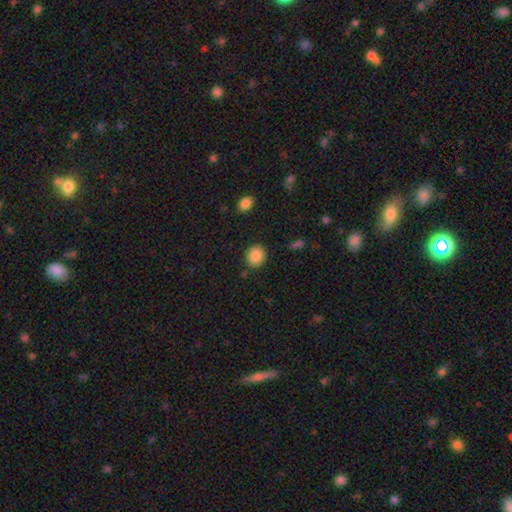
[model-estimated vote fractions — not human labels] This is clearly a smooth galaxy (88%). How rounded: likely round (73%). Merging: clearly none (86%).